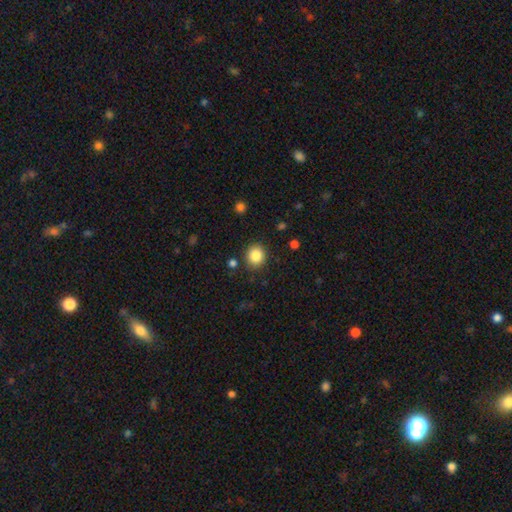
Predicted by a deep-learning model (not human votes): Overall: smooth (85%). How rounded: round (85%). Merging: none (87%).